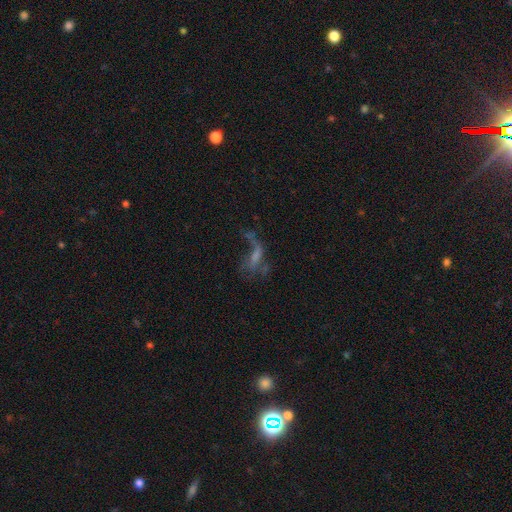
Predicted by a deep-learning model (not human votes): The model was most divided on "merging": major disturbance: 42%, none: 33%, minor disturbance: 14%, merger: 11%. More confident: edge-on disk — no (90%); smooth or featured — featured or disk (51%).